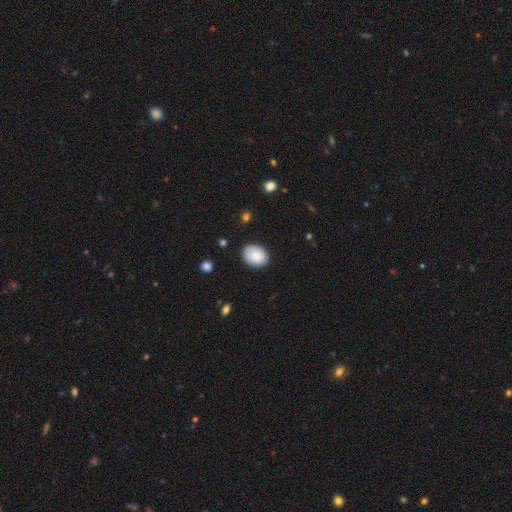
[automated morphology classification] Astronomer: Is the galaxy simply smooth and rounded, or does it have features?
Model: smooth — 87%.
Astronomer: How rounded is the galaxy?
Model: in between — 67%.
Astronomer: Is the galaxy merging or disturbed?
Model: none — 84%.